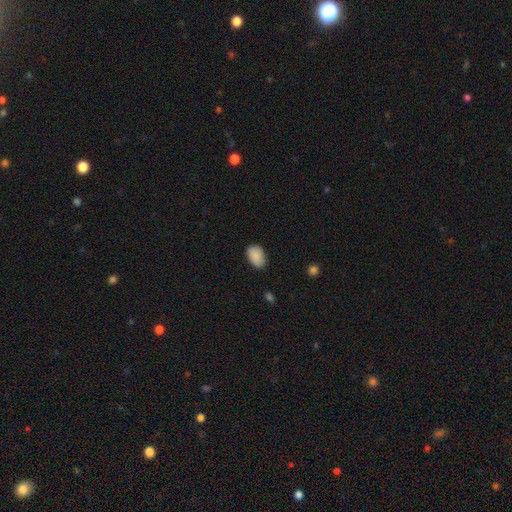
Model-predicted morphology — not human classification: A smooth galaxy with no disk features (89%) that is in between round and cigar-shaped (87%).

Vote fractions:
- Smooth or featured? smooth: 89% / star or artifact: 7% / featured or disk: 4%
- How rounded? in between: 87% / round: 12% / cigar-shaped: 1%
- Merging? none: 79% / minor disturbance: 17% / major disturbance: 3% / merger: 1%